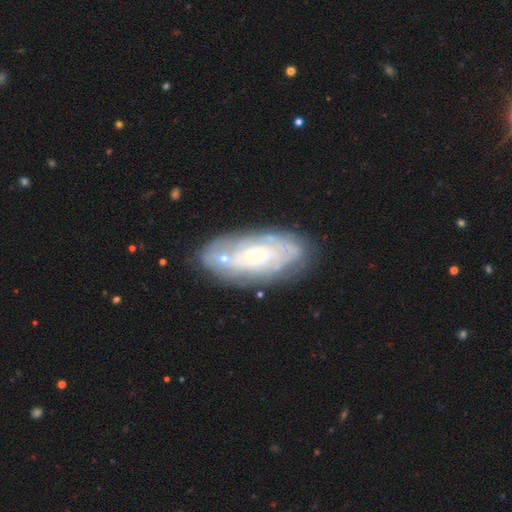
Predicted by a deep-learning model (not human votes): Smooth or featured? Predicted: featured or disk (p=0.72). Edge-on disk? Predicted: no (p=0.92). Bar? Predicted: no (p=0.79). Spiral arms? Predicted: yes (p=0.77). Spiral winding? Predicted: tight (p=0.75). Spiral arm count? Predicted: can't tell (p=0.62). Bulge size? Predicted: small (p=0.74). Merging? Predicted: none (p=0.69).